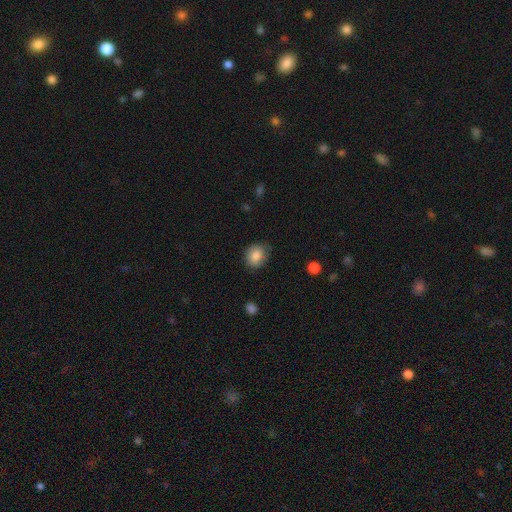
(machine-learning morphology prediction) type=smooth (82%); roundness=round (65%); merging=none (78%).